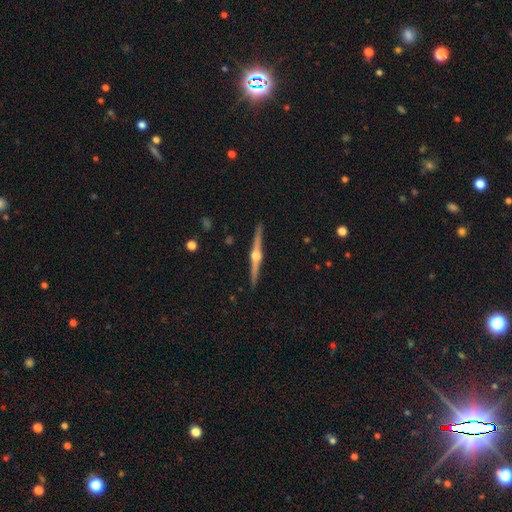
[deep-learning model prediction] A featured or disk galaxy (86%) viewed edge-on (99%) with a rounded central bulge (96%).

Vote fractions:
- Smooth or featured? featured or disk: 86% / smooth: 9% / star or artifact: 5%
- Edge-on disk? yes: 99% / no: 1%
- Edge-on bulge? rounded: 96% / boxy: 3% / none: 2%
- Merging? none: 92% / minor disturbance: 6% / major disturbance: 1% / merger: 1%